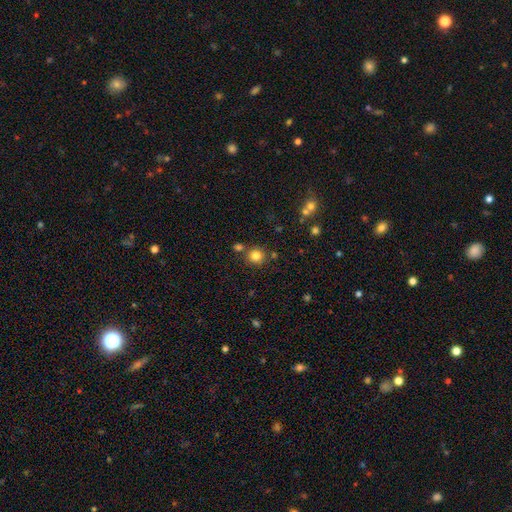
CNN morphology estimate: smooth-or-featured: smooth: 81% | star or artifact: 12% | featured or disk: 6%
  how-rounded: round: 91% | in between: 8% | cigar-shaped: 1%
  merging: none: 78% | merger: 11% | minor disturbance: 9% | major disturbance: 3%